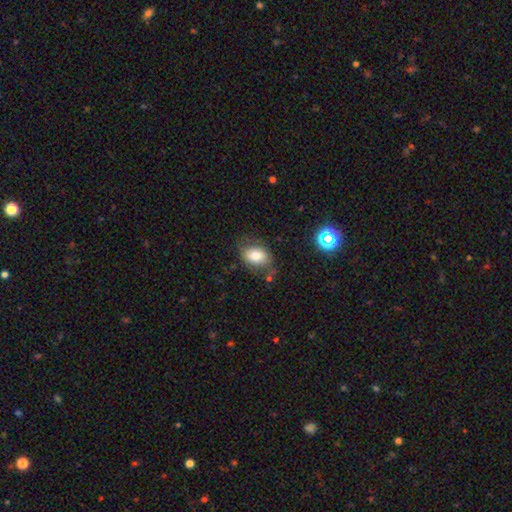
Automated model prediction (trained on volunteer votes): Smooth or featured? Predicted: smooth (p=0.70). How rounded? Predicted: in between (p=0.76). Merging? Predicted: none (p=0.64).